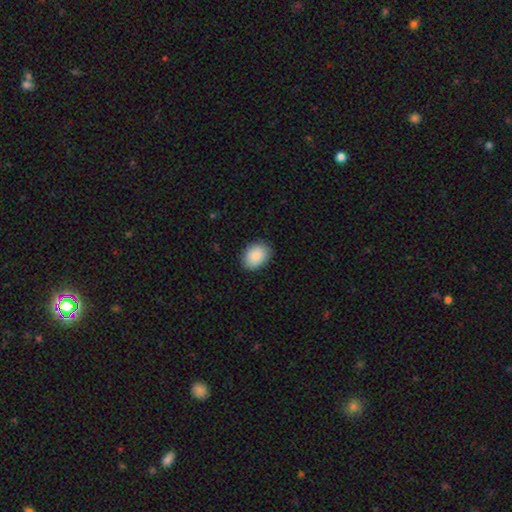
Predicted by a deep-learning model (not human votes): Morphology: type=smooth (89%); roundness=in between (72%); merging=none (87%).